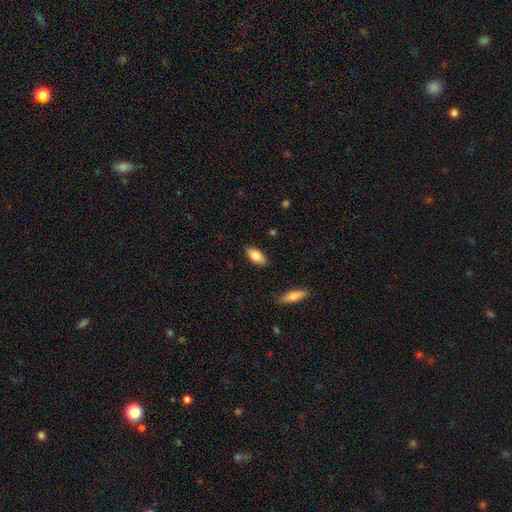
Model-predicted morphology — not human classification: Smooth or featured? smooth (81%)
How rounded? in between (89%)
Merging? none (87%)